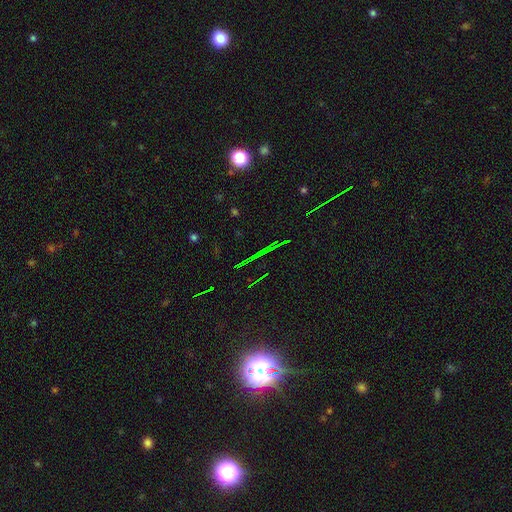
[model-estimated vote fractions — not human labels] Morphology: type=star or artifact (78%).